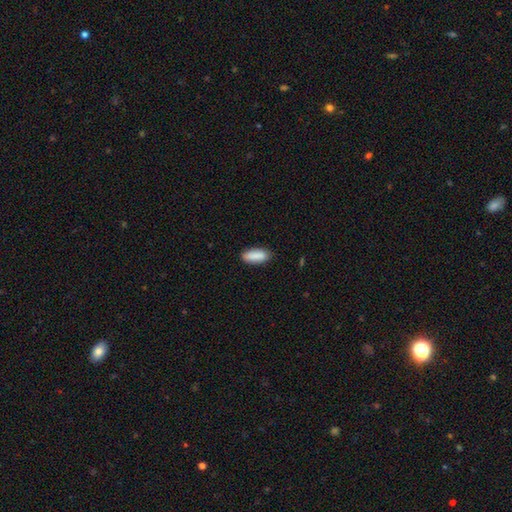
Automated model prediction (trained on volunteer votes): Smooth or featured: smooth — 88% (star or artifact — 6%)
How rounded: in between — 74% (cigar-shaped — 24%)
Merging: none — 84% (minor disturbance — 12%)